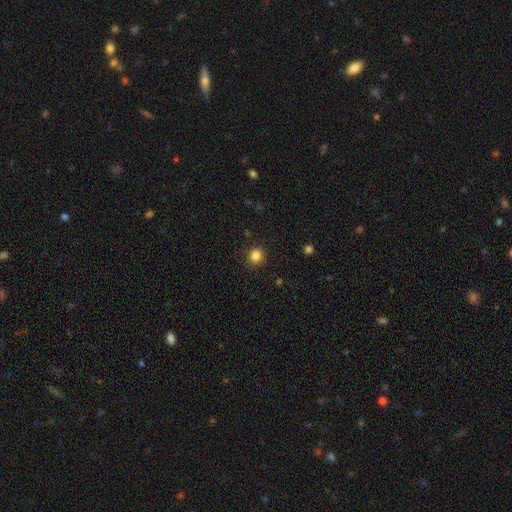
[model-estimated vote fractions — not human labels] This appears to be a smooth galaxy with no disk features (85%) that is round (89%). Merging: none (91%).